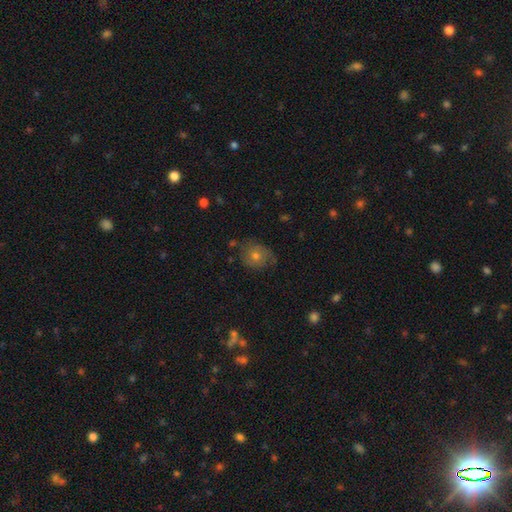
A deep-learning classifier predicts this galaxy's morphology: smooth_or_featured: featured or disk (p=0.42) [tied with: smooth p=0.42]
merging: none (p=0.72) [alt: minor disturbance p=0.19]